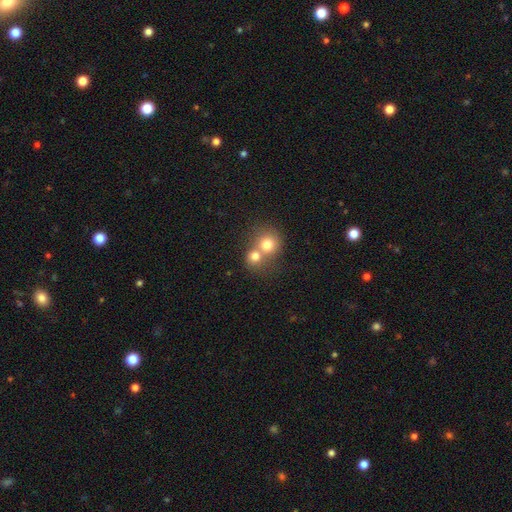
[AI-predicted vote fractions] Q: Smooth or featured?
A: smooth (73%); runner-up: featured or disk (15%)
Q: How rounded?
A: round (80%); runner-up: in between (19%)
Q: Merging?
A: merger (62%); runner-up: none (31%)